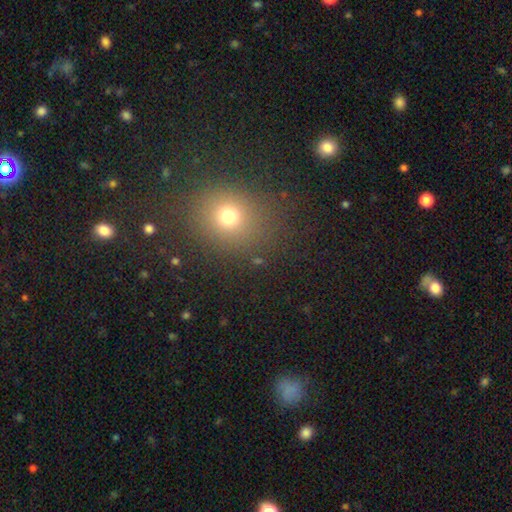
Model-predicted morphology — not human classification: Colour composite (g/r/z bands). It shows a smooth galaxy with no disk features (67%) that is round (71%). Merging: none (83%).